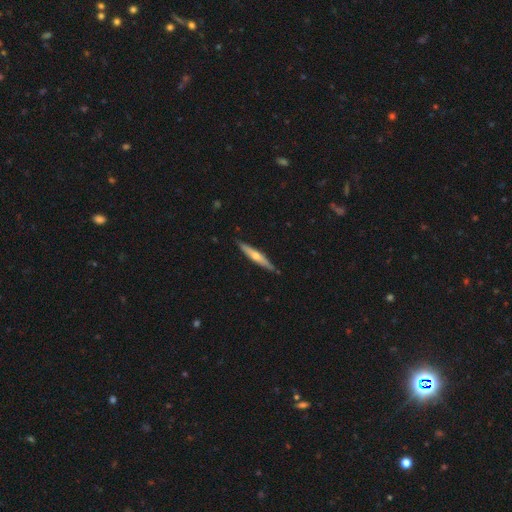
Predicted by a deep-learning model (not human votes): This is possibly a featured or disk galaxy (57%). It is clearly viewed edge-on (94%). Edge-on bulge: clearly rounded (85%). Merging: clearly none (86%).